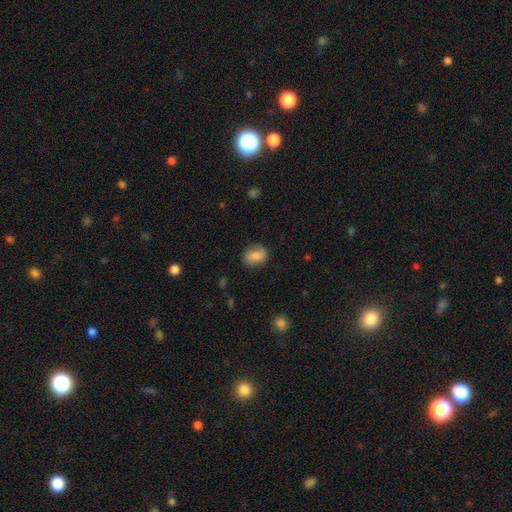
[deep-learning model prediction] Q: Smooth or featured?
A: smooth (82%); runner-up: featured or disk (11%)
Q: How rounded?
A: in between (62%); runner-up: round (36%)
Q: Merging?
A: none (83%); runner-up: minor disturbance (13%)